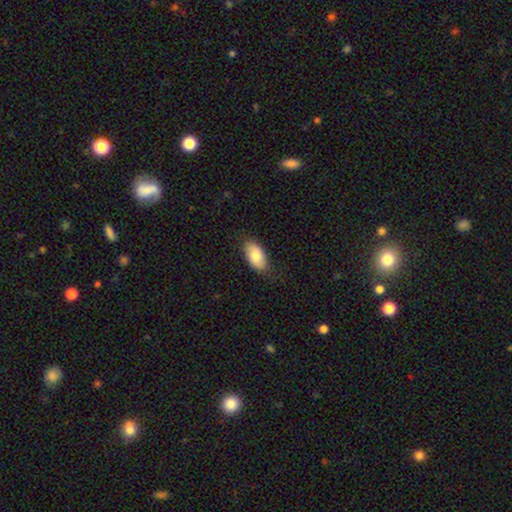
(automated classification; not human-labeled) smooth_or_featured: smooth (p=0.80) [alt: featured or disk p=0.14]
how_rounded: in between (p=0.94) [alt: round p=0.04]
merging: none (p=0.77) [alt: minor disturbance p=0.18]